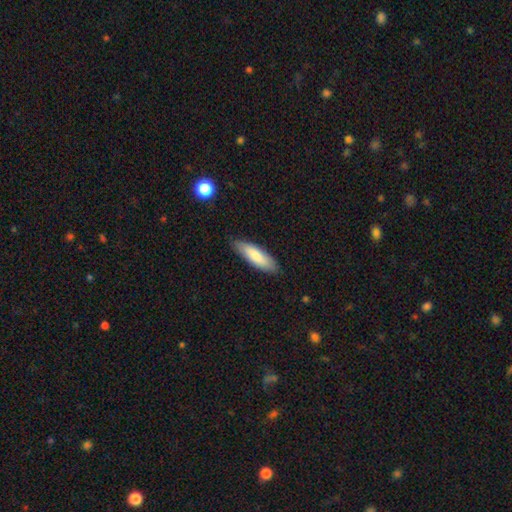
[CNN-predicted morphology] This is clearly a smooth galaxy (81%). How rounded: possibly cigar-shaped (51%). Merging: clearly none (86%).